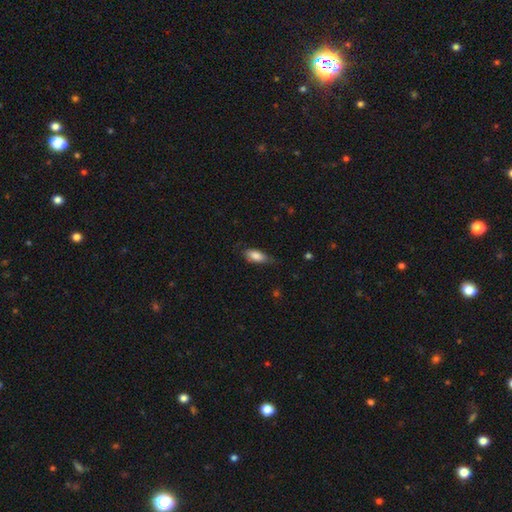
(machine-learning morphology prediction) Smooth or featured? Predicted: smooth (p=0.82). How rounded? Predicted: in between (p=0.84). Merging? Predicted: none (p=0.58).